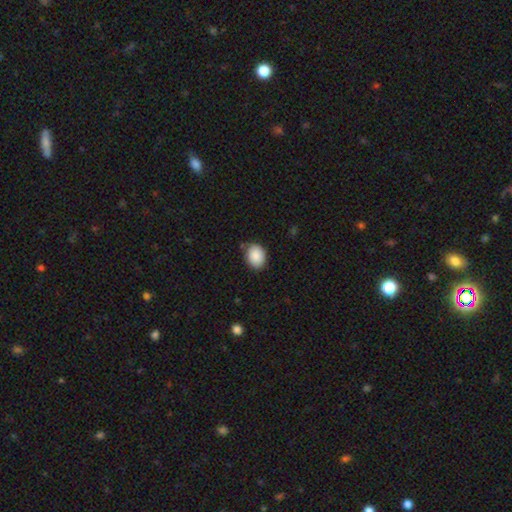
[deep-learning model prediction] A smooth galaxy with no disk features (89%) that is in between round and cigar-shaped (60%).

Vote fractions:
- Smooth or featured? smooth: 89% / star or artifact: 7% / featured or disk: 4%
- How rounded? in between: 60% / round: 39% / cigar-shaped: 1%
- Merging? none: 79% / minor disturbance: 15% / major disturbance: 3% / merger: 2%